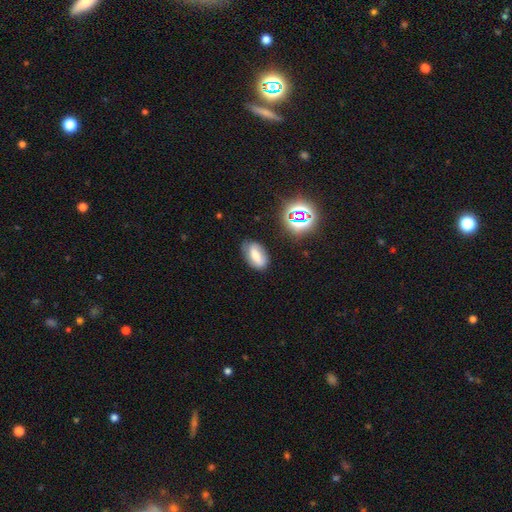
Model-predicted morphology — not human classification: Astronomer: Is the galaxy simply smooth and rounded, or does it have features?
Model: smooth — 57%.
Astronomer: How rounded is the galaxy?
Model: in between — 88%.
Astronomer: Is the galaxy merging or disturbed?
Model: none — 76%.